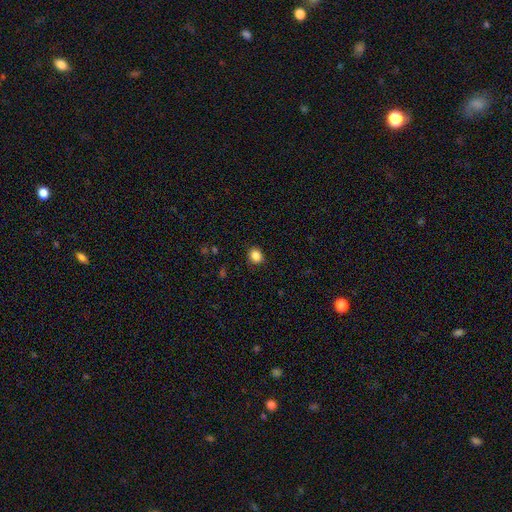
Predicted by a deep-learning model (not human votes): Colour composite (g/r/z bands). It shows a smooth galaxy with no disk features (86%) that is round (65%). Merging: none (87%).